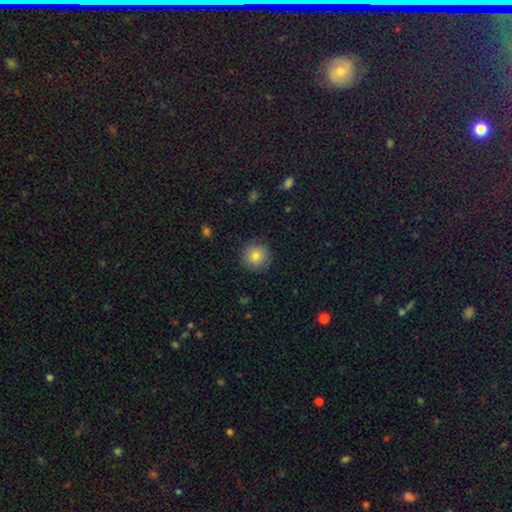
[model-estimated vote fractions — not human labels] This appears to be a smooth galaxy with no disk features (81%) that is round (94%). Merging: none (89%).